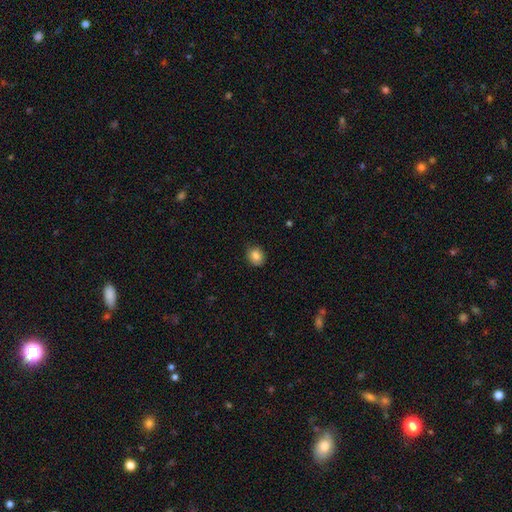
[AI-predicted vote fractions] Smooth or featured? smooth (83%)
How rounded? round (65%)
Merging? none (83%)